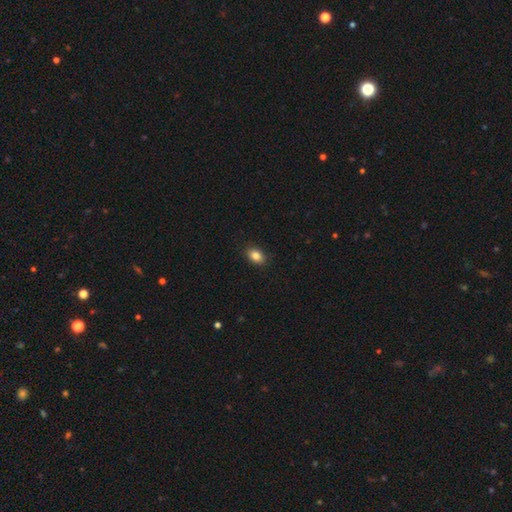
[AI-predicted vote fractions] The model was most divided on "how rounded": in between: 79%, round: 19%, cigar-shaped: 1%. More confident: merging — none (89%); smooth or featured — smooth (85%).